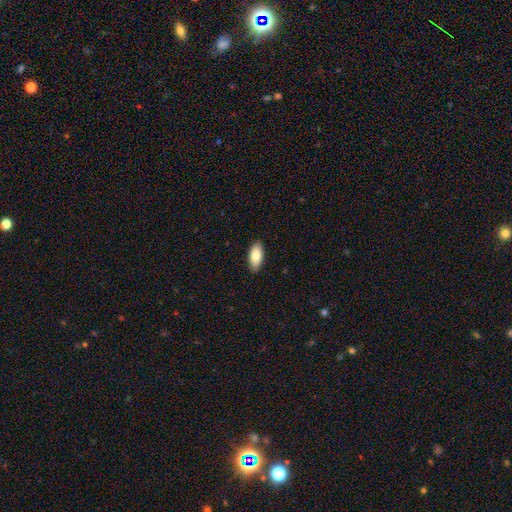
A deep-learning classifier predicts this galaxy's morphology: Smooth or featured?
  - smooth: 82% *
  - featured or disk: 12%
  - star or artifact: 6%
How rounded?
  - in between: 89% *
  - cigar-shaped: 9%
  - round: 2%
Merging?
  - none: 89% *
  - minor disturbance: 9%
  - major disturbance: 2%
  - merger: 1%